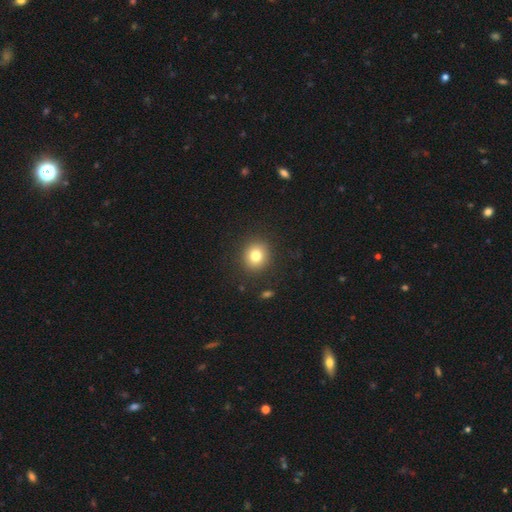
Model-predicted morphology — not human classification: A smooth galaxy with no disk features (80%) that is round (81%).

Vote fractions:
- Smooth or featured? smooth: 80% / star or artifact: 11% / featured or disk: 9%
- How rounded? round: 81% / in between: 18% / cigar-shaped: 1%
- Merging? none: 89% / minor disturbance: 7% / major disturbance: 3% / merger: 1%